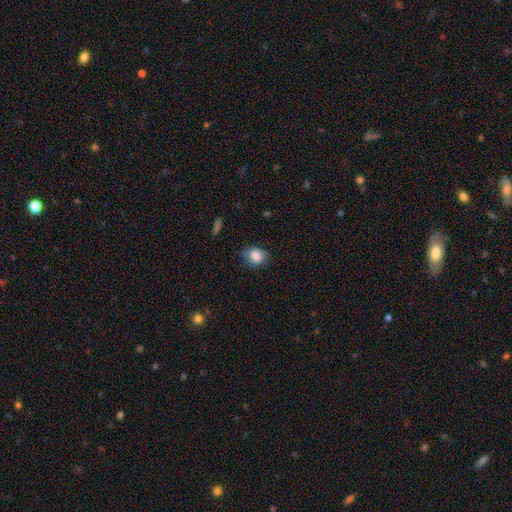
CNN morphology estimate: type=smooth (84%); roundness=round (52%); merging=none (72%).